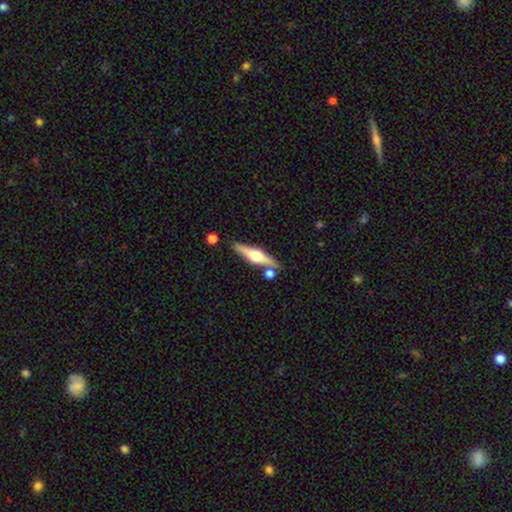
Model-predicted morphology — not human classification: Q: Smooth or featured?
A: featured or disk (70%); runner-up: smooth (25%)
Q: Edge-on disk?
A: yes (97%); runner-up: no (3%)
Q: Edge-on bulge?
A: rounded (95%); runner-up: boxy (3%)
Q: Merging?
A: none (80%); runner-up: minor disturbance (10%)